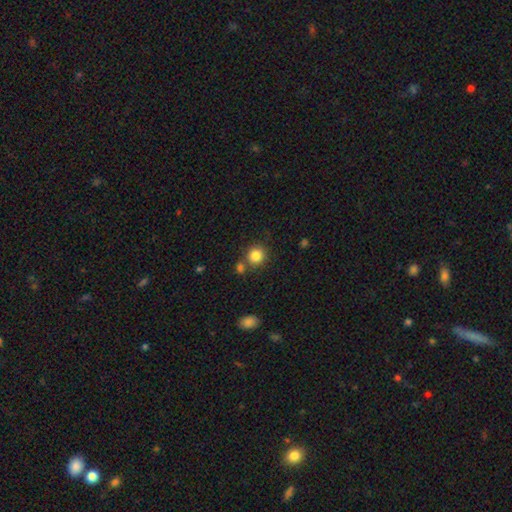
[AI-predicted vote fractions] Smooth or featured? Predicted: smooth (p=0.85). How rounded? Predicted: round (p=0.90). Merging? Predicted: none (p=0.73).